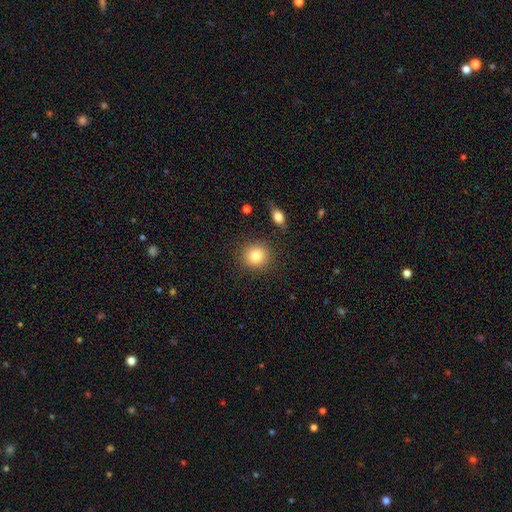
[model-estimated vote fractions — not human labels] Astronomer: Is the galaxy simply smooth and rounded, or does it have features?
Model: smooth — 82%.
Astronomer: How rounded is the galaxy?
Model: round — 88%.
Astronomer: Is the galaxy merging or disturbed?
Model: none — 87%.